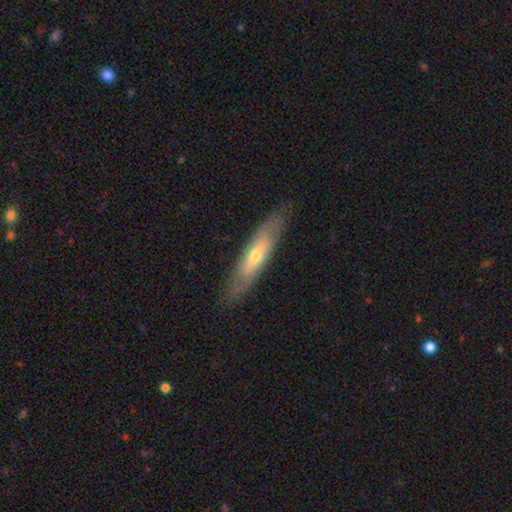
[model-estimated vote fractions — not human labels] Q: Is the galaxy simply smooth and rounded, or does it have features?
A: featured or disk — 54%.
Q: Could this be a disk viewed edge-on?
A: yes — 56%.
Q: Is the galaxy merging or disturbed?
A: none — 83%.